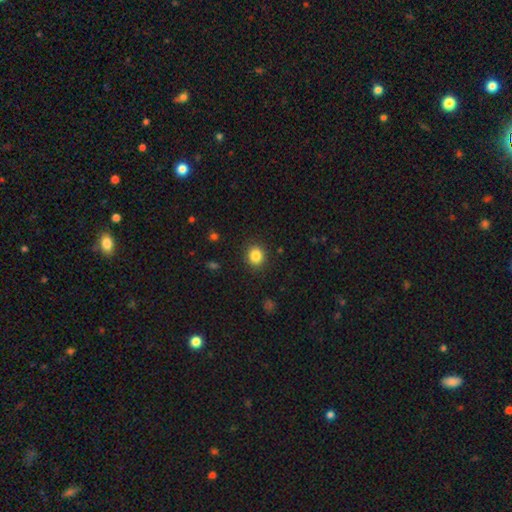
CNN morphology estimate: This appears to be a smooth galaxy with no disk features (85%) that is round (79%). Merging: none (89%).